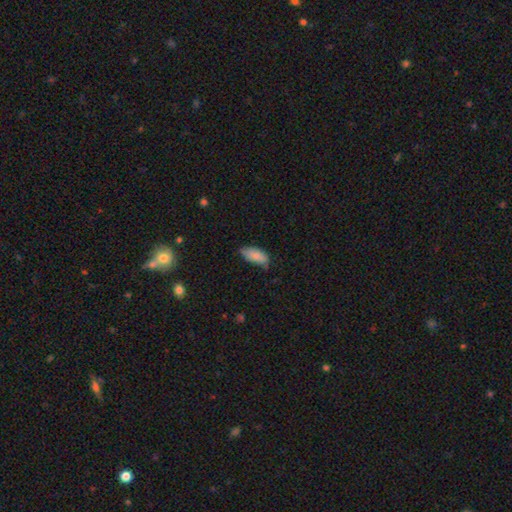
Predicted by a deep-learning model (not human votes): Smooth or featured?
  - smooth: 85% *
  - featured or disk: 9%
  - star or artifact: 7%
How rounded?
  - in between: 88% *
  - cigar-shaped: 10%
  - round: 2%
Merging?
  - none: 62% *
  - minor disturbance: 31%
  - major disturbance: 5%
  - merger: 2%